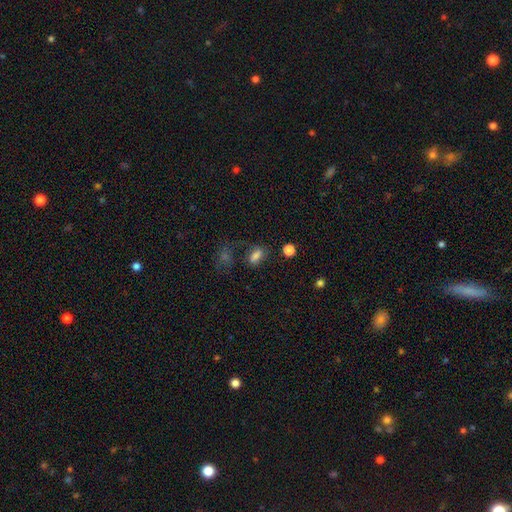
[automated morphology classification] Smooth or featured?
  - smooth: 73% *
  - star or artifact: 15%
  - featured or disk: 12%
How rounded?
  - in between: 81% *
  - round: 13%
  - cigar-shaped: 6%
Merging?
  - none: 55% *
  - minor disturbance: 20%
  - major disturbance: 15%
  - merger: 10%